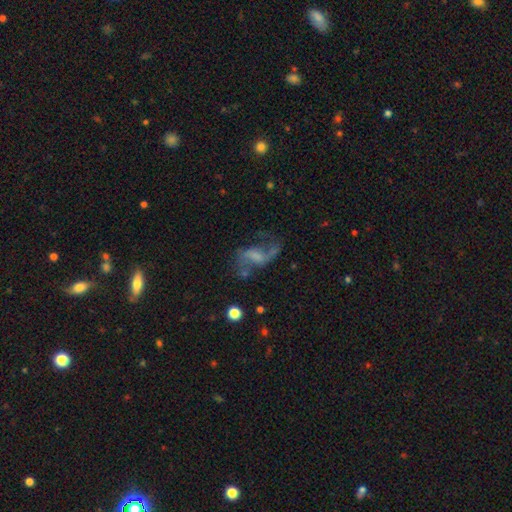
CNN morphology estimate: Smooth or featured? featured or disk (70%)
Edge-on disk? no (96%)
Bar? weak (44%)
Spiral arms? yes (84%)
Spiral winding? loose (77%)
Spiral arm count? 2 (84%)
Bulge size? none (50%)
Merging? none (49%)